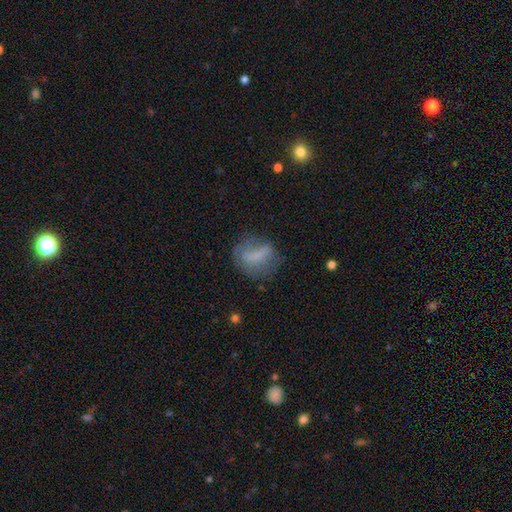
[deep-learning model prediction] Morphology: type=smooth (58%); roundness=in between (55%); merging=none (47%).